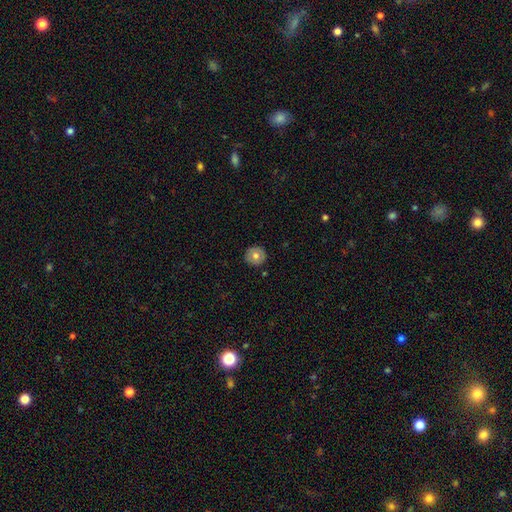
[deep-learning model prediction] This appears to be a smooth galaxy with no disk features (73%) that is round (95%). Merging: none (90%).